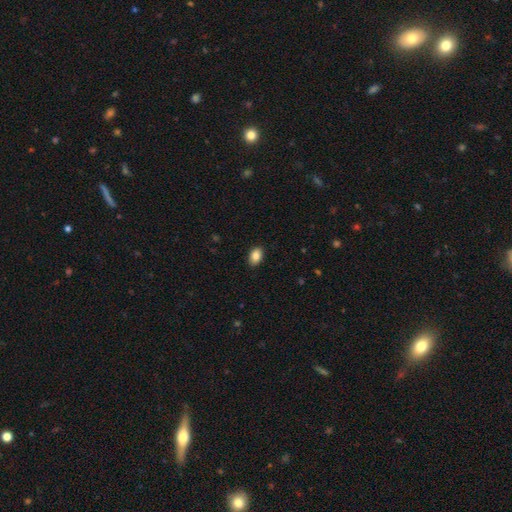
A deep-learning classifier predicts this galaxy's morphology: smooth_or_featured: smooth (p=0.87) [alt: star or artifact p=0.08]
how_rounded: in between (p=0.86) [alt: round p=0.12]
merging: none (p=0.90) [alt: minor disturbance p=0.08]